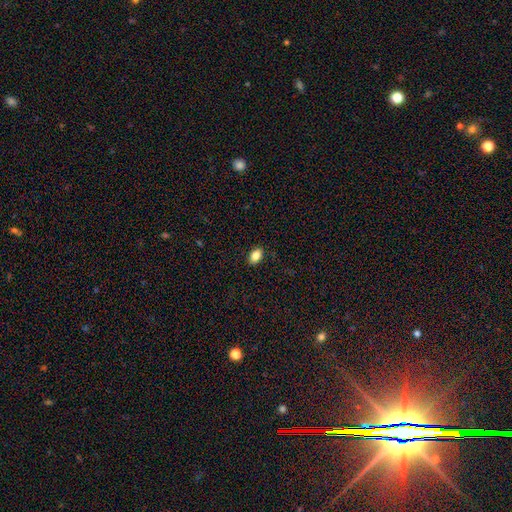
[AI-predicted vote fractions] Overall: smooth (85%). How rounded: in between (87%). Merging: none (89%).